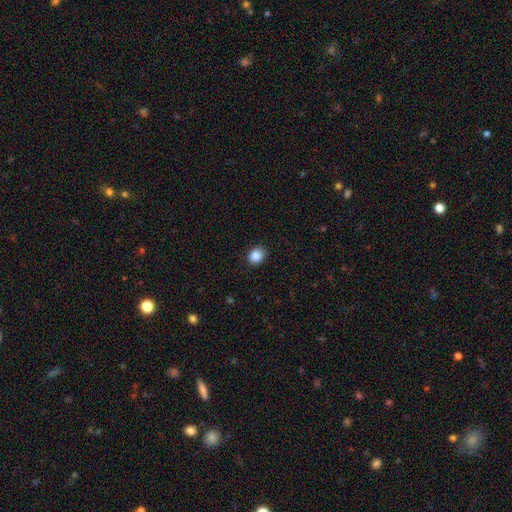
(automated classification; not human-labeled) A smooth galaxy with no disk features (88%) that is round (71%).

Vote fractions:
- Smooth or featured? smooth: 88% / star or artifact: 10% / featured or disk: 3%
- How rounded? round: 71% / in between: 29% / cigar-shaped: 1%
- Merging? none: 89% / minor disturbance: 8% / major disturbance: 2% / merger: 1%